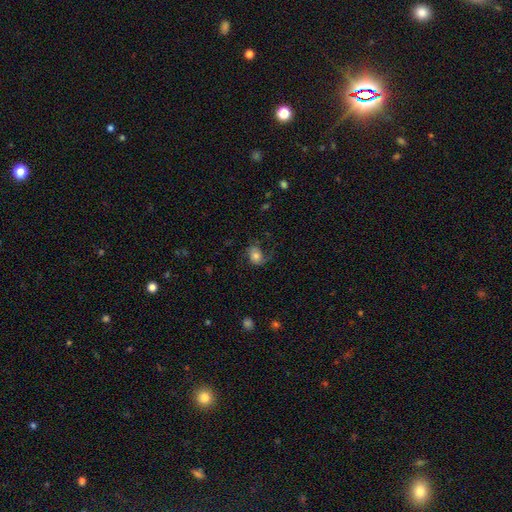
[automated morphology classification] A smooth galaxy with no disk features (55%) that is in between round and cigar-shaped (62%). Merging: none (52%).